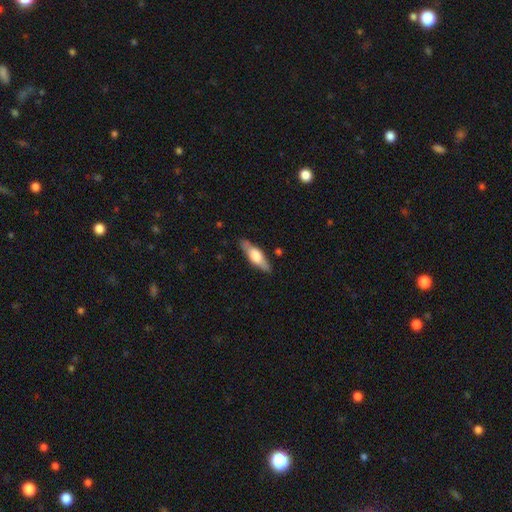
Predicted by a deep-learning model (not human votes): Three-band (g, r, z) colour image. It shows a smooth galaxy with no disk features (53%) that is cigar-shaped (52%). Merging: none (83%).